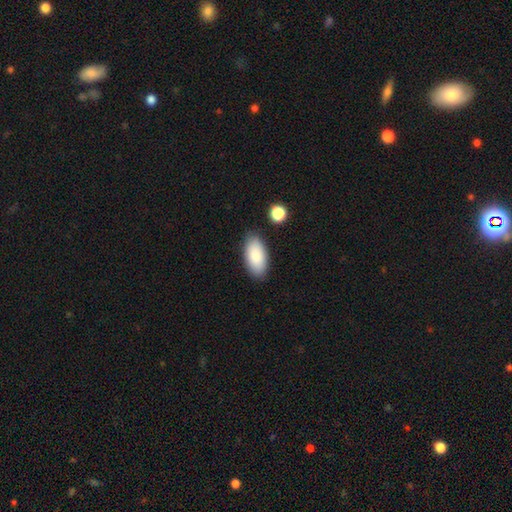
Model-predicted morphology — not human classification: A smooth galaxy with no disk features (86%) that is in between round and cigar-shaped (94%).

Vote fractions:
- Smooth or featured? smooth: 86% / featured or disk: 8% / star or artifact: 6%
- How rounded? in between: 94% / cigar-shaped: 4% / round: 2%
- Merging? none: 84% / minor disturbance: 11% / merger: 2% / major disturbance: 2%